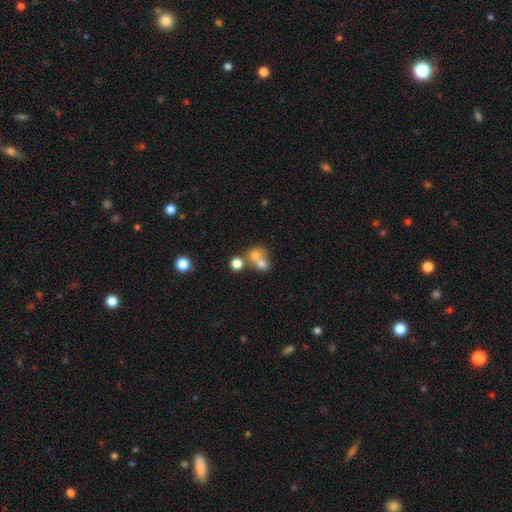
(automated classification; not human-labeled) This appears to be a smooth galaxy with no disk features (69%) that is round (76%). Merging: merger (58%).